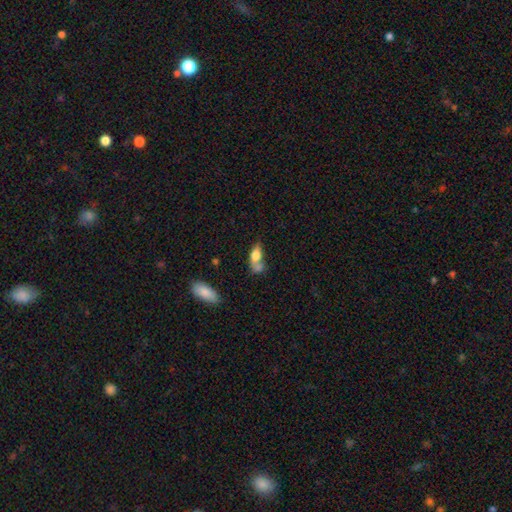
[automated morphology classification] Smooth or featured? smooth (70%)
How rounded? in between (77%)
Merging? merger (43%)